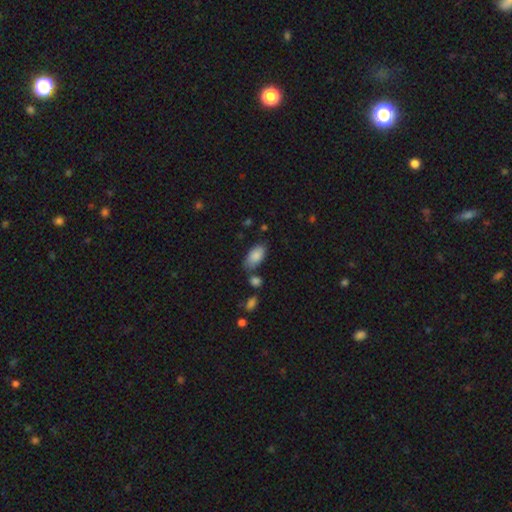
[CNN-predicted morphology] type=smooth (87%); roundness=in between (94%); merging=none (71%).